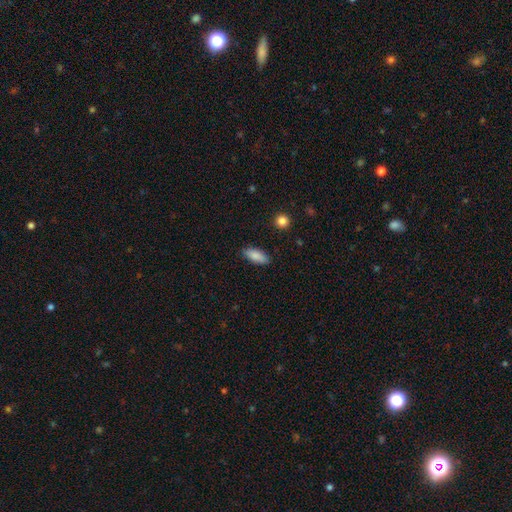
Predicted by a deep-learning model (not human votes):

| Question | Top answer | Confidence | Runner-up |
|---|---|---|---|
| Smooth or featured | smooth | 87% | star or artifact (7%) |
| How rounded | in between | 78% | cigar-shaped (20%) |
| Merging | none | 87% | minor disturbance (10%) |